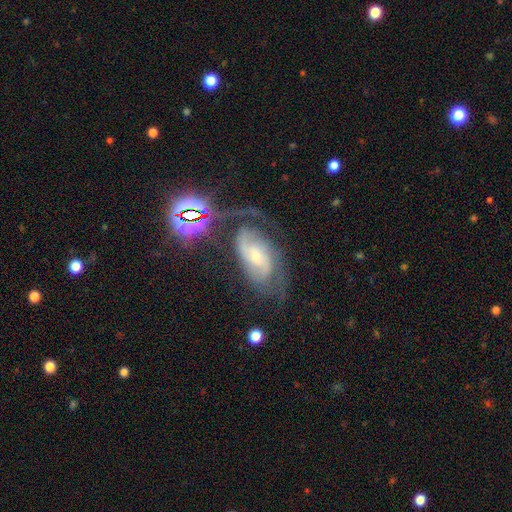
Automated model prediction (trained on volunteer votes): Smooth or featured? featured or disk (76%)
Edge-on disk? no (95%)
Bar? weak (45%)
Spiral arms? yes (93%)
Spiral winding? medium (46%)
Spiral arm count? 2 (58%)
Bulge size? small (61%)
Merging? none (51%)